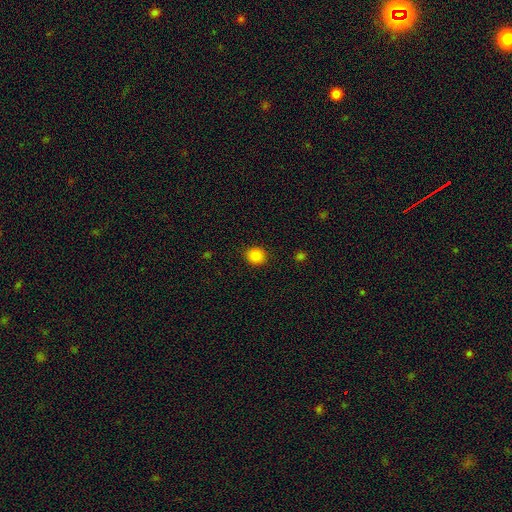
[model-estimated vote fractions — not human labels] This appears to be a smooth galaxy with no disk features (84%) that is round (80%). Merging: none (90%).